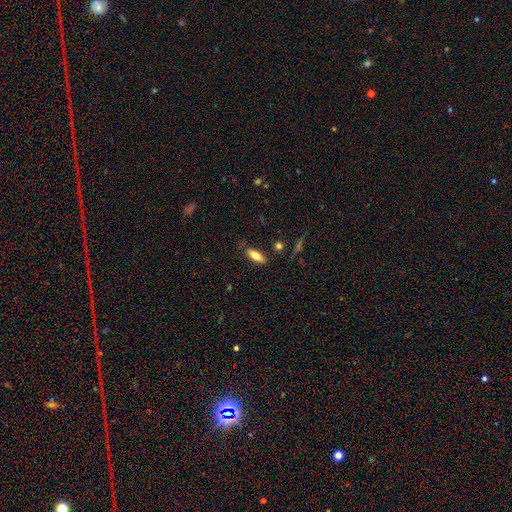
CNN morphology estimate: smooth_or_featured: smooth (p=0.73) [alt: featured or disk p=0.20]
how_rounded: in between (p=0.69) [alt: cigar-shaped p=0.29]
merging: none (p=0.81) [alt: minor disturbance p=0.14]